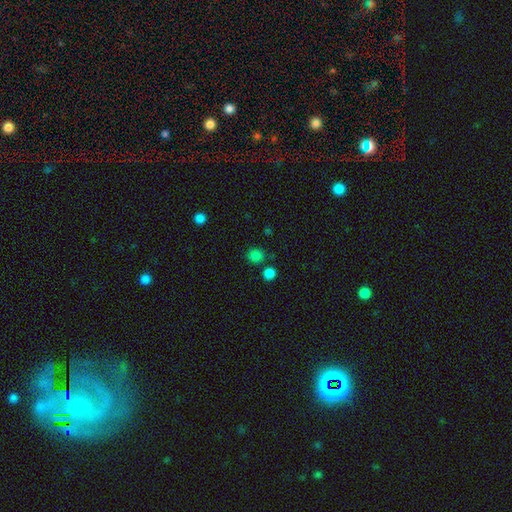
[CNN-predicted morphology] Smooth or featured: smooth — 82% (star or artifact — 15%)
How rounded: round — 83% (in between — 16%)
Merging: none — 77% (merger — 10%)